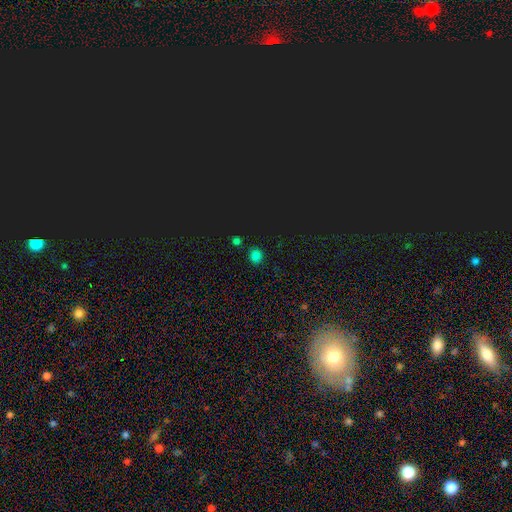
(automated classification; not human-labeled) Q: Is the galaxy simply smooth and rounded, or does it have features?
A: smooth — 74%.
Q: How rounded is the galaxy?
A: round — 83%.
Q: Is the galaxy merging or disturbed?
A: none — 84%.